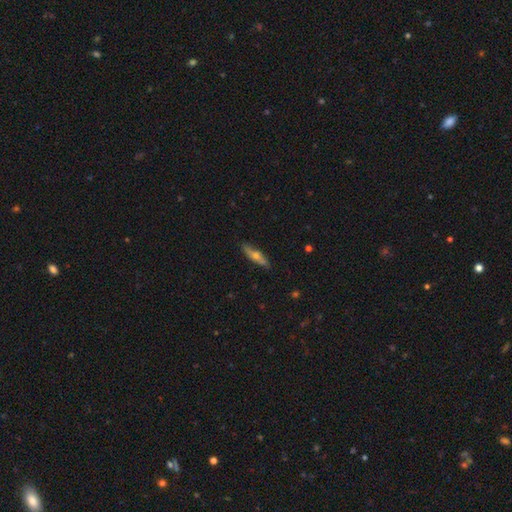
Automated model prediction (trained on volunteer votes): Smooth or featured: featured or disk — 50% (smooth — 43%)
Edge-on disk: yes — 78% (no — 22%)
Merging: none — 85% (minor disturbance — 12%)